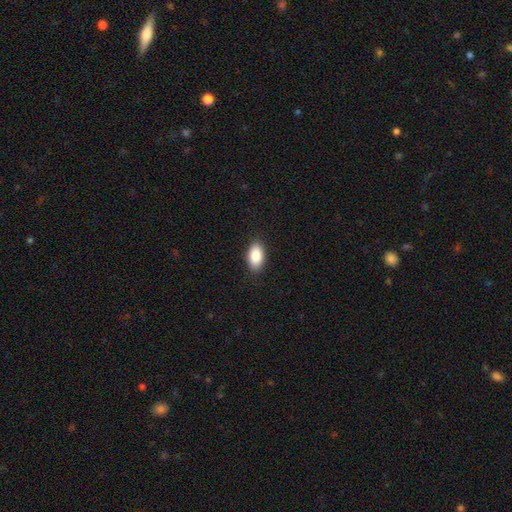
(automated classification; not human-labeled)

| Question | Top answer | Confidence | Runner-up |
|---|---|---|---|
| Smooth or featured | smooth | 88% | star or artifact (7%) |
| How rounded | in between | 94% | round (4%) |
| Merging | none | 88% | minor disturbance (9%) |